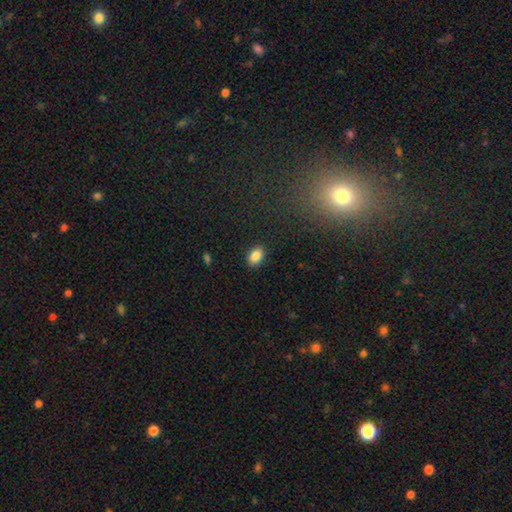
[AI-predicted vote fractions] Smooth or featured?
  - smooth: 86% *
  - star or artifact: 9%
  - featured or disk: 5%
How rounded?
  - in between: 86% *
  - round: 13%
  - cigar-shaped: 1%
Merging?
  - none: 88% *
  - minor disturbance: 9%
  - major disturbance: 2%
  - merger: 1%